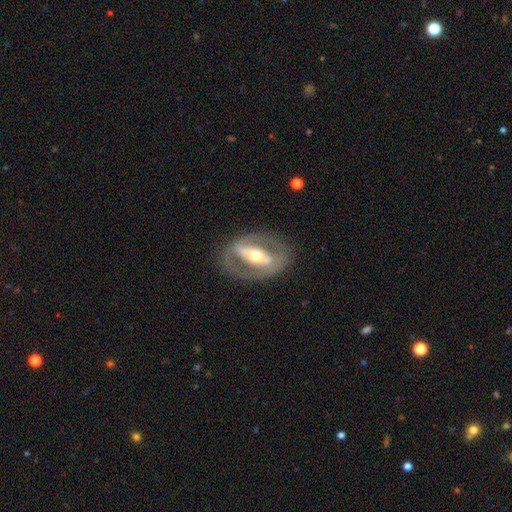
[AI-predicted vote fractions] Overall: featured or disk (75%). Edge-on disk: no (91%). Bar: strong (49%; no 28%). Spiral arms: no (58%; yes 42%). Bulge size: moderate (68%). Merging: none (74%).